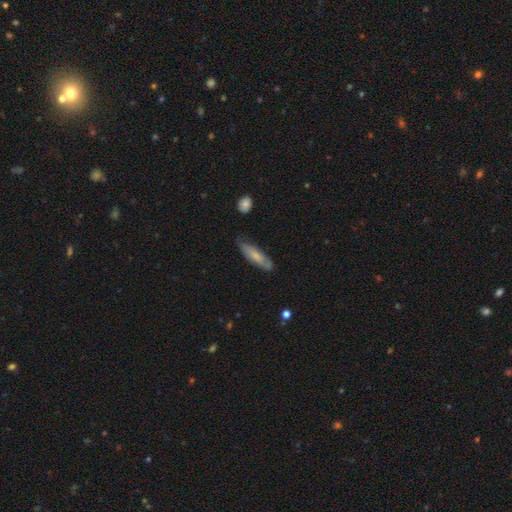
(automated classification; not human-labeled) Smooth or featured: smooth — 63% (featured or disk — 32%)
How rounded: cigar-shaped — 68% (in between — 31%)
Merging: none — 71% (minor disturbance — 23%)